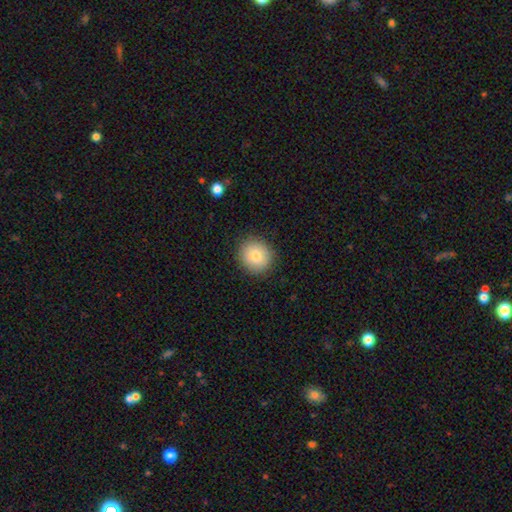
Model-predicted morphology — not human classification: A smooth galaxy with no disk features (81%) that is round (88%). Merging: none (89%).